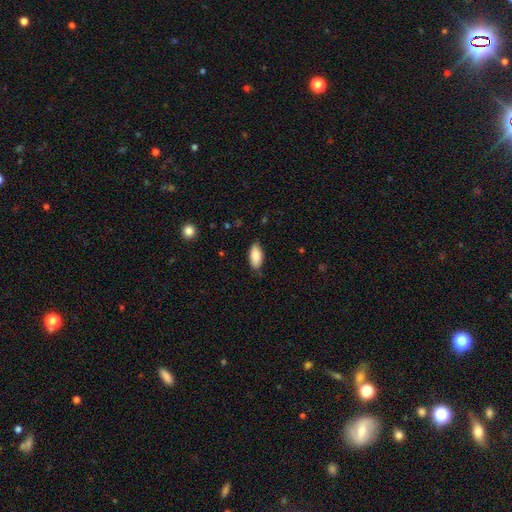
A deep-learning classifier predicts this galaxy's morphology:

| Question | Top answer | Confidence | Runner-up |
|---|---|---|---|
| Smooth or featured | smooth | 87% | featured or disk (6%) |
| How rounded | in between | 90% | cigar-shaped (7%) |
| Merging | none | 82% | minor disturbance (14%) |